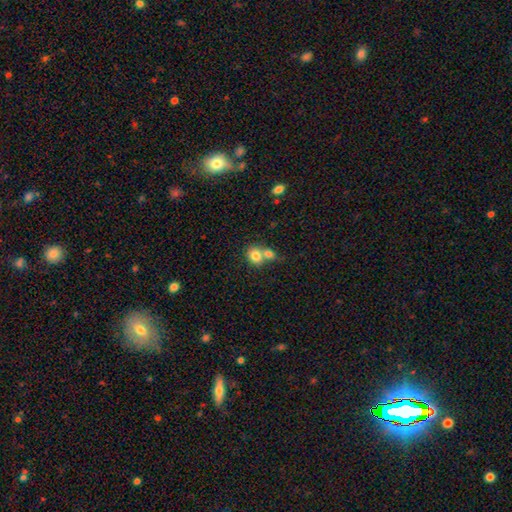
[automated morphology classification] smooth_or_featured: smooth (p=0.80) [alt: featured or disk p=0.11]
how_rounded: round (p=0.66) [alt: in between p=0.33]
merging: merger (p=0.56) [alt: none p=0.34]